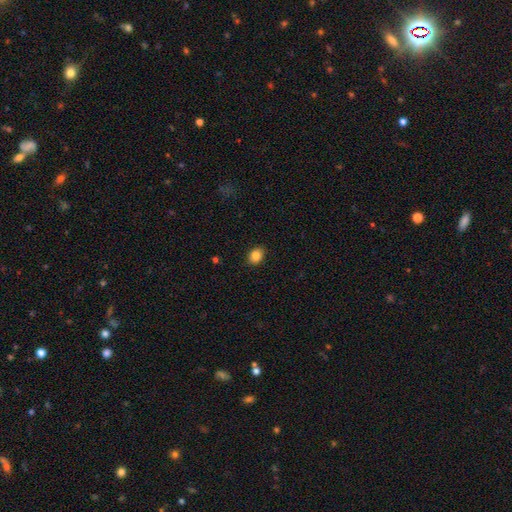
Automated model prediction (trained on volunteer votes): This is clearly a smooth galaxy (85%). How rounded: likely in between (66%). Merging: clearly none (89%).